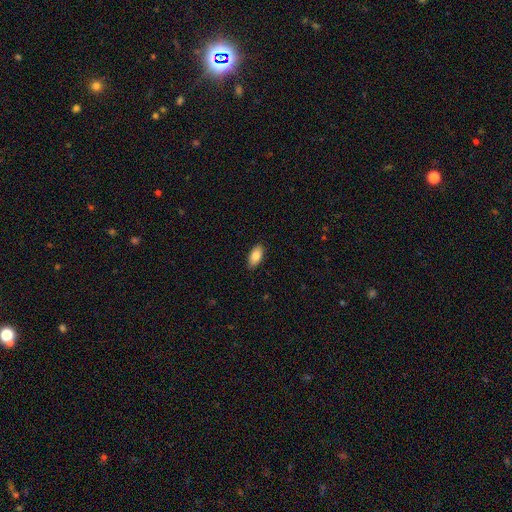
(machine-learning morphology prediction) Smooth or featured: smooth — 85% (featured or disk — 9%)
How rounded: in between — 93% (cigar-shaped — 5%)
Merging: none — 88% (minor disturbance — 9%)